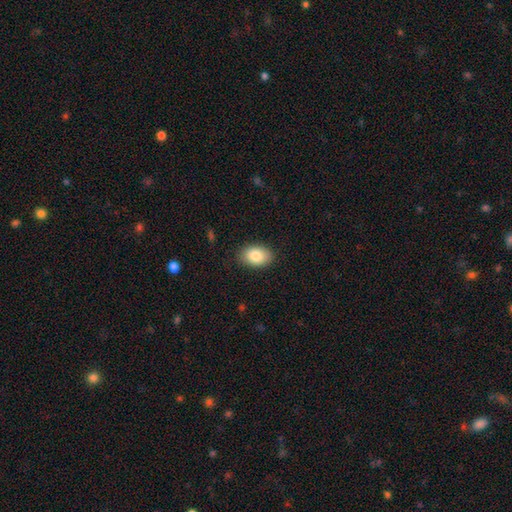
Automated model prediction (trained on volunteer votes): This appears to be a smooth galaxy with no disk features (85%) that is in between round and cigar-shaped (88%). Merging: none (86%).